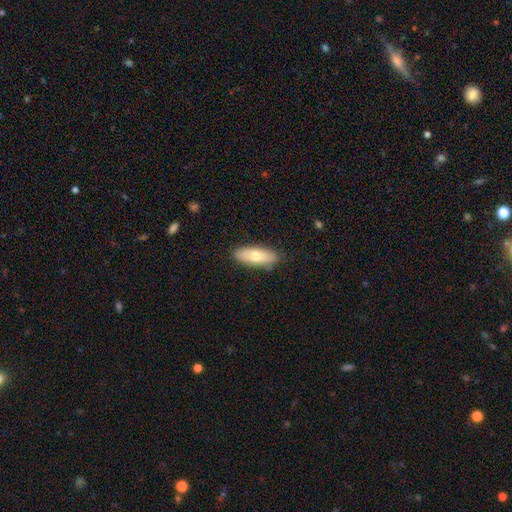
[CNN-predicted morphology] smooth_or_featured: smooth (p=0.67) [alt: featured or disk p=0.27]
how_rounded: in between (p=0.69) [alt: cigar-shaped p=0.28]
merging: none (p=0.85) [alt: minor disturbance p=0.11]